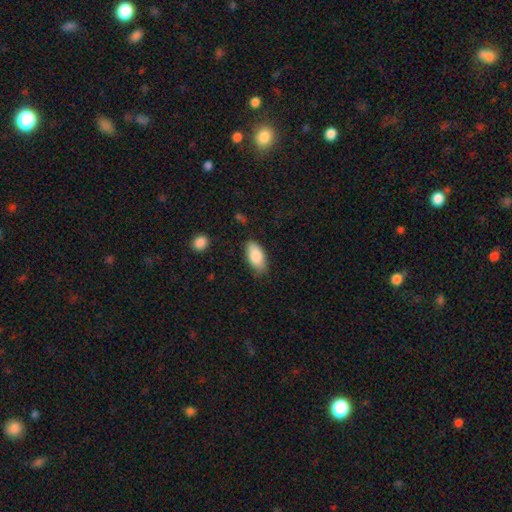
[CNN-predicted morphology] smooth 86%, featured or disk 8%, star or artifact 6%. Down the decision tree: how rounded — in between (92%); merging — none (78%).